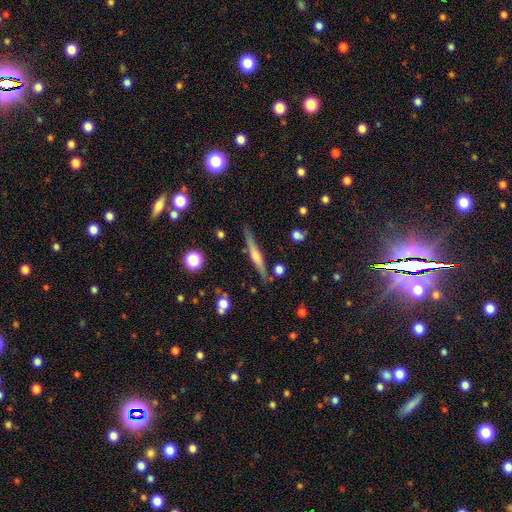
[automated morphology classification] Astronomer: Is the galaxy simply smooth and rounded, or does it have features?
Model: featured or disk — 66%.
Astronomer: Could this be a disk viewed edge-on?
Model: yes — 97%.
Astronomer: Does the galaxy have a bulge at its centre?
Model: rounded — 73%.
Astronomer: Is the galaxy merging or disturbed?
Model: none — 86%.